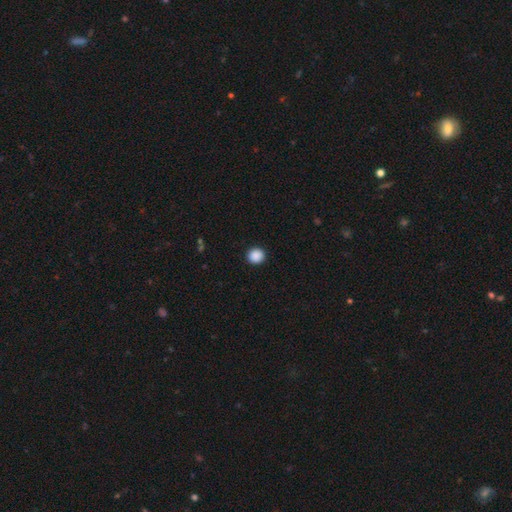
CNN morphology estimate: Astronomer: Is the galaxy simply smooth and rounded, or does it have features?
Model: smooth — 89%.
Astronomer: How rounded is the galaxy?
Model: round — 91%.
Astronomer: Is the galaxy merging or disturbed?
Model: none — 92%.